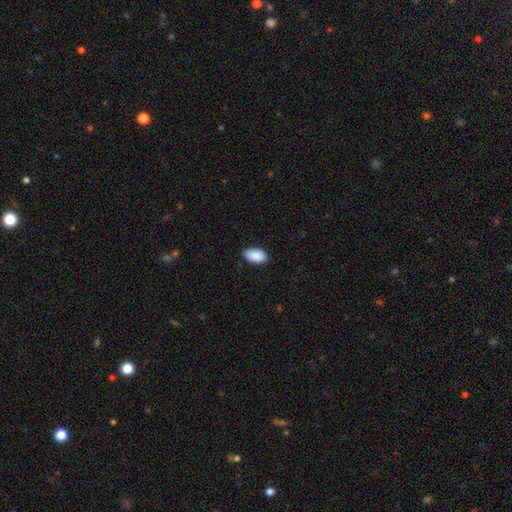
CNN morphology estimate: This appears to be a smooth galaxy with no disk features (91%) that is in between round and cigar-shaped (95%). Merging: none (84%).